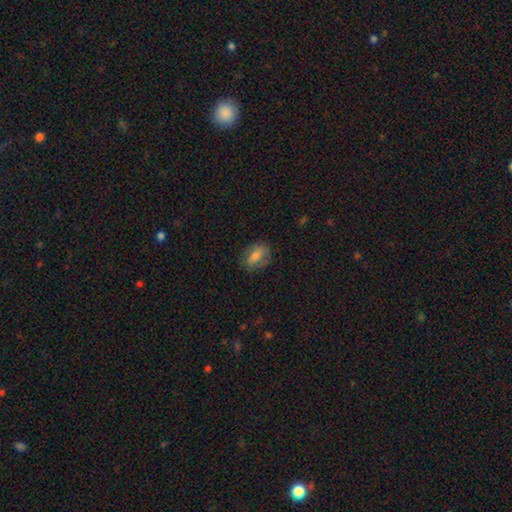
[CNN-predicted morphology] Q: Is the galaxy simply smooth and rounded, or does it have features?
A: smooth — 67%.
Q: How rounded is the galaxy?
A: in between — 79%.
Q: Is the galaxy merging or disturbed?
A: none — 74%.